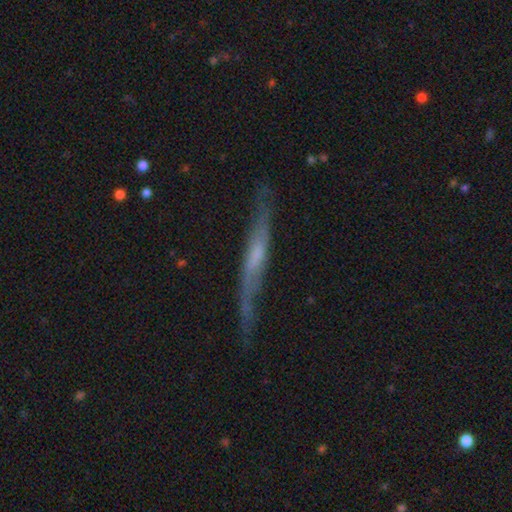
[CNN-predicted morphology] Smooth or featured? featured or disk (63%)
Edge-on disk? yes (84%)
Edge-on bulge? none (57%)
Merging? none (67%)